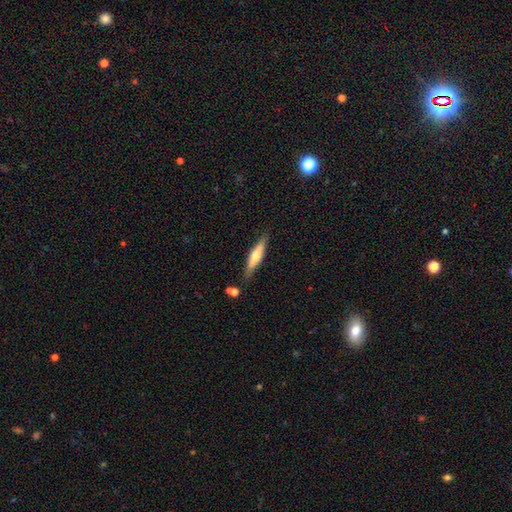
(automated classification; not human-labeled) smooth-or-featured: featured or disk: 53% | smooth: 40% | star or artifact: 6%
  disk-edge-on: yes: 94% | no: 6%
    edge-on-bulge: rounded: 86% | boxy: 8% | none: 6%
  merging: none: 83% | minor disturbance: 11% | merger: 3% | major disturbance: 2%